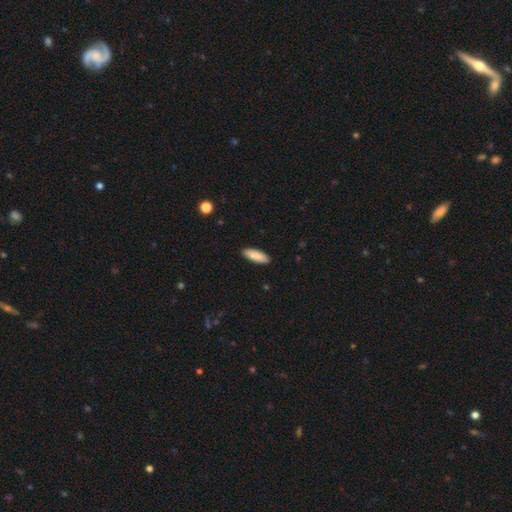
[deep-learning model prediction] The model was most divided on "how rounded": in between: 61%, cigar-shaped: 37%, round: 2%. More confident: merging — none (90%); smooth or featured — smooth (89%).